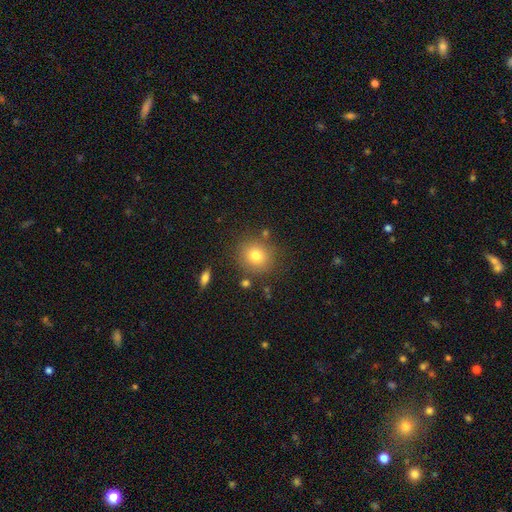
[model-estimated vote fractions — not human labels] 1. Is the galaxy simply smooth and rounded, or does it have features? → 77% smooth, 12% star or artifact, 11% featured or disk.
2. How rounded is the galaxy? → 86% round, 13% in between, 1% cigar-shaped.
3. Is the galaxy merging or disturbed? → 82% none, 10% minor disturbance, 4% merger, 3% major disturbance.